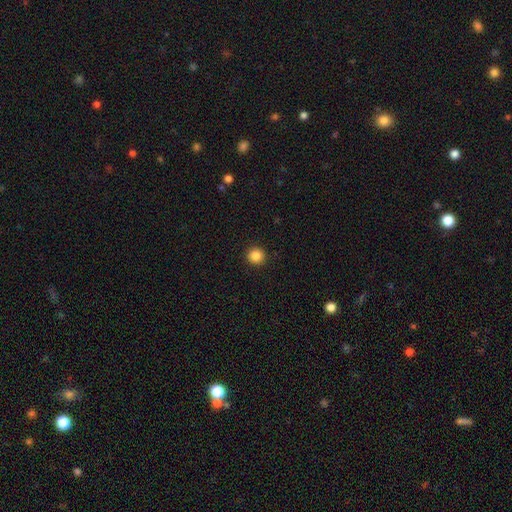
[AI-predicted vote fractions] A smooth galaxy with no disk features (86%) that is round (95%). Merging: none (93%).